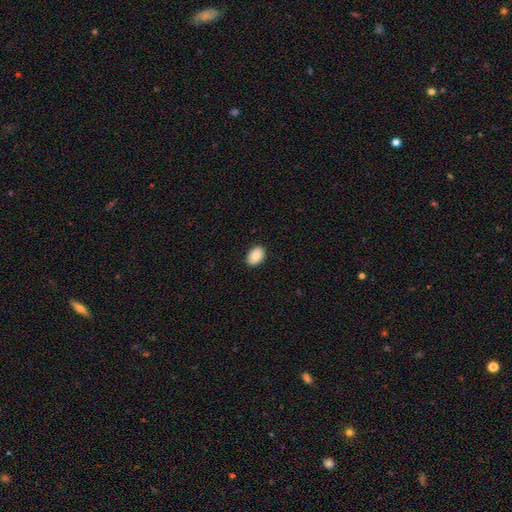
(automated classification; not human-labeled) A smooth galaxy with no disk features (85%) that is in between round and cigar-shaped (80%).

Vote fractions:
- Smooth or featured? smooth: 85% / featured or disk: 8% / star or artifact: 7%
- How rounded? in between: 80% / round: 19% / cigar-shaped: 1%
- Merging? none: 89% / minor disturbance: 9% / major disturbance: 2% / merger: 1%